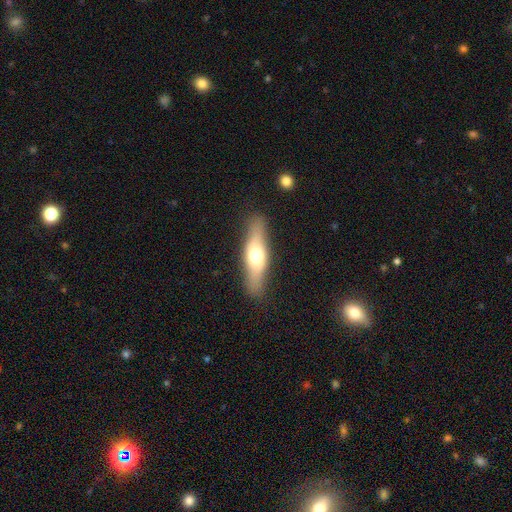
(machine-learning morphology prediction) Smooth or featured: smooth — 50% (featured or disk — 44%)
Merging: none — 84% (minor disturbance — 12%)